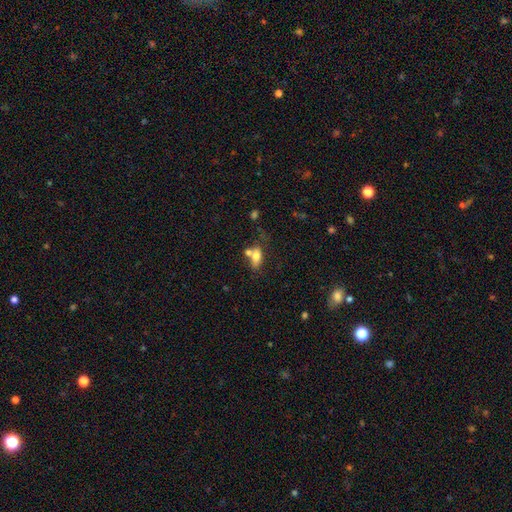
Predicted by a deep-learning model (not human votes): This appears to be a smooth galaxy with no disk features (74%) that is in between round and cigar-shaped (81%). Merging: none (42%).